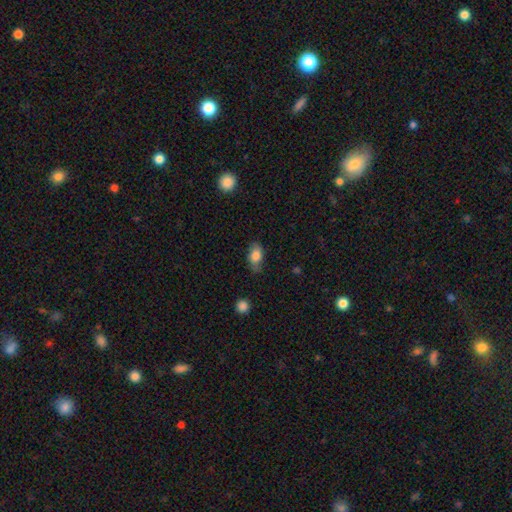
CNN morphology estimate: This is likely a smooth galaxy (79%). How rounded: clearly in between (87%). Merging: likely none (69%).